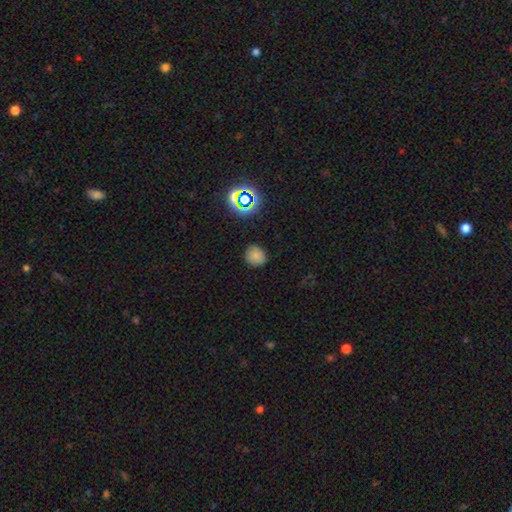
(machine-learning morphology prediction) smooth-or-featured: smooth: 73% | star or artifact: 18% | featured or disk: 9%
  how-rounded: round: 81% | in between: 18% | cigar-shaped: 1%
  merging: none: 83% | minor disturbance: 13% | major disturbance: 3% | merger: 2%